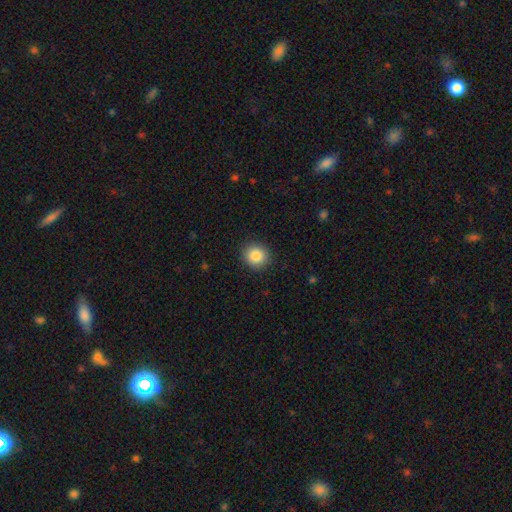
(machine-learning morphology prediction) A smooth galaxy with no disk features (86%) that is round (85%).

Vote fractions:
- Smooth or featured? smooth: 86% / star or artifact: 9% / featured or disk: 5%
- How rounded? round: 85% / in between: 14% / cigar-shaped: 1%
- Merging? none: 90% / minor disturbance: 6% / major disturbance: 2% / merger: 1%